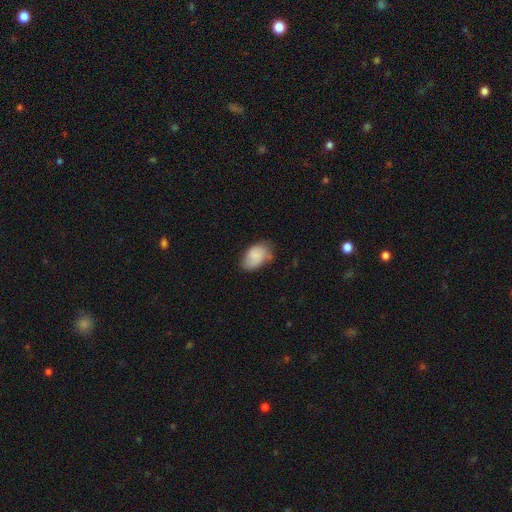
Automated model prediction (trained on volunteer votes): Smooth or featured? smooth (78%)
How rounded? in between (87%)
Merging? none (57%)